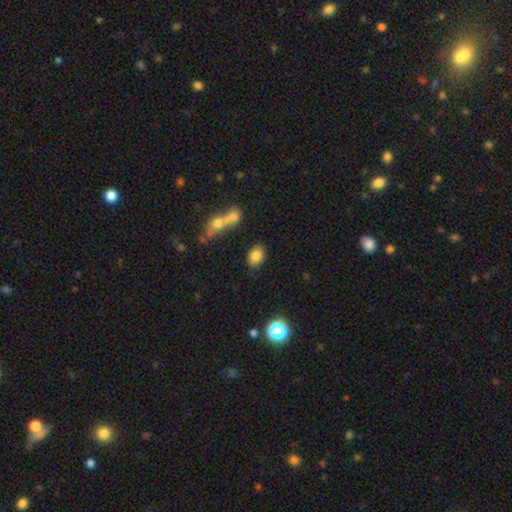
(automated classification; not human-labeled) The model was most divided on "how rounded": in between: 82%, round: 16%, cigar-shaped: 1%. More confident: smooth or featured — smooth (83%); merging — none (79%).